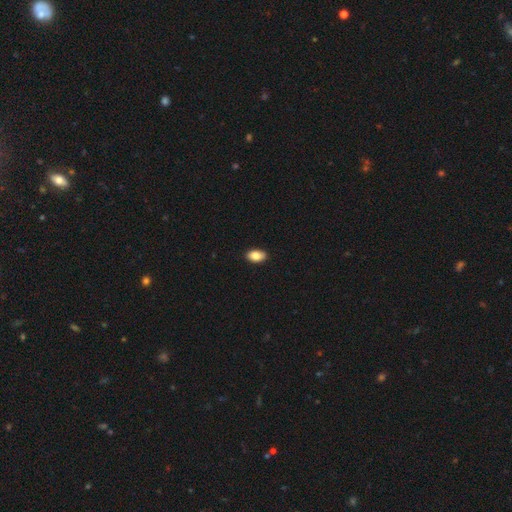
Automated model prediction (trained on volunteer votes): Overall: smooth (87%). How rounded: in between (92%). Merging: none (89%).